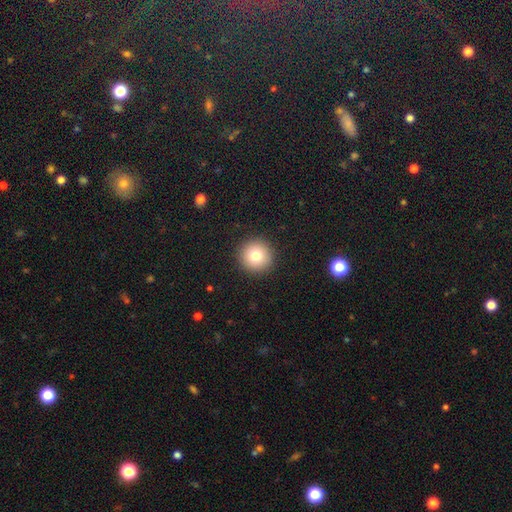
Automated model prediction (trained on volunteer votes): smooth-or-featured: smooth: 77% | featured or disk: 11% | star or artifact: 11%
  how-rounded: round: 95% | in between: 4% | cigar-shaped: 1%
  merging: none: 92% | minor disturbance: 5% | major disturbance: 2% | merger: 1%